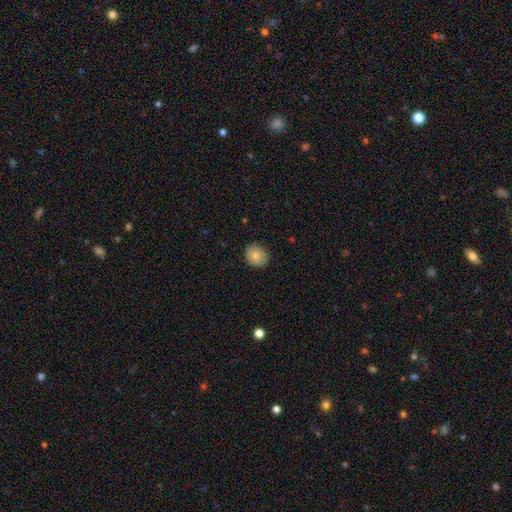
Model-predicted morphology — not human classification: A smooth galaxy with no disk features (83%) that is round (69%). Merging: none (88%).